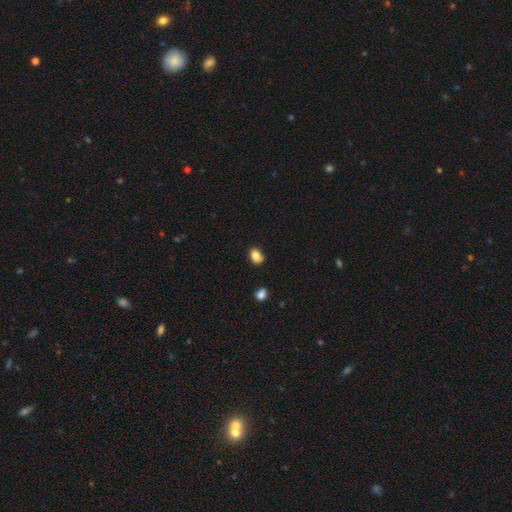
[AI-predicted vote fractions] smooth-or-featured: smooth: 82% | star or artifact: 10% | featured or disk: 8%
  how-rounded: in between: 67% | round: 31% | cigar-shaped: 1%
  merging: none: 61% | minor disturbance: 28% | major disturbance: 6% | merger: 6%